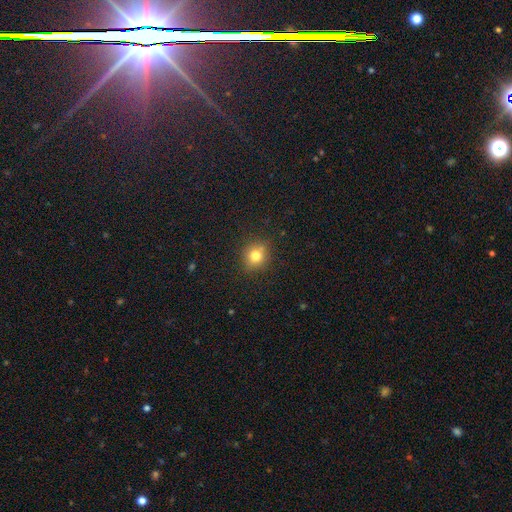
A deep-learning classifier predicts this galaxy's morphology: smooth-or-featured: smooth: 77% | star or artifact: 13% | featured or disk: 9%
  how-rounded: round: 80% | in between: 19% | cigar-shaped: 1%
  merging: none: 81% | minor disturbance: 13% | merger: 3% | major disturbance: 3%